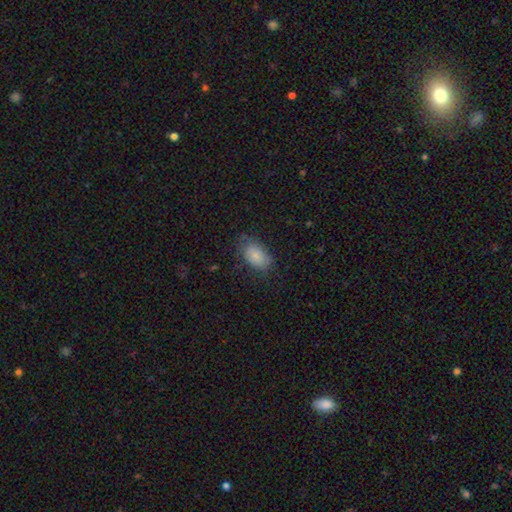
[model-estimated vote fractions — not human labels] Smooth or featured: smooth — 81% (featured or disk — 11%)
How rounded: in between — 90% (round — 8%)
Merging: none — 63% (minor disturbance — 26%)